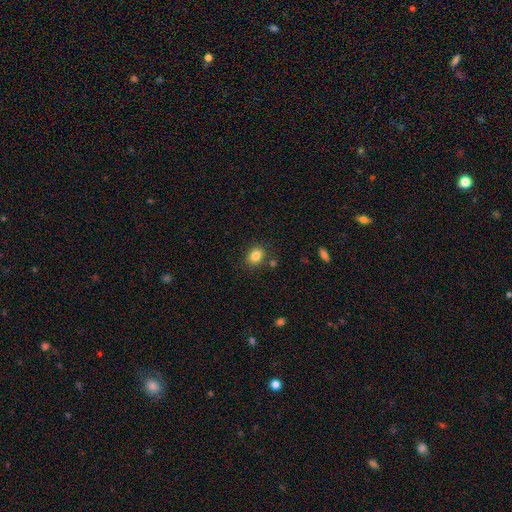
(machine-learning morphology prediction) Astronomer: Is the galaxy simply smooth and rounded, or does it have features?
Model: smooth — 84%.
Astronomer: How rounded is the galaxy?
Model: in between — 57% (runner-up: round, 42%).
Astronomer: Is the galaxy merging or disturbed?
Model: none — 81%.